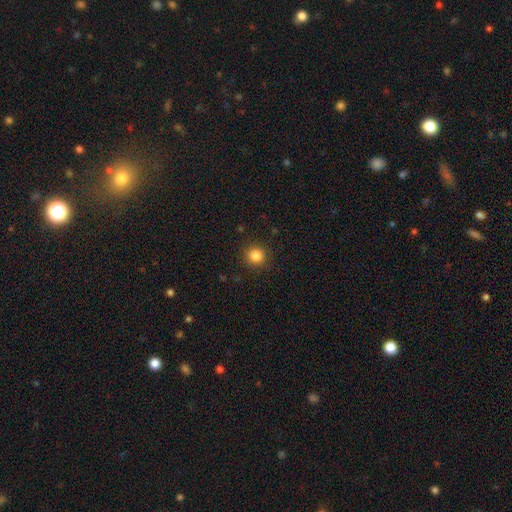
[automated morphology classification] Smooth or featured?
  - smooth: 84% *
  - star or artifact: 12%
  - featured or disk: 4%
How rounded?
  - round: 93% *
  - in between: 6%
  - cigar-shaped: 1%
Merging?
  - none: 90% *
  - minor disturbance: 6%
  - major disturbance: 2%
  - merger: 1%